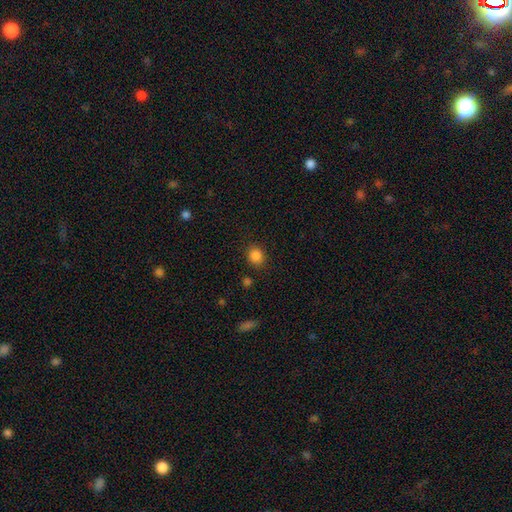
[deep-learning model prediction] Morphology: type=smooth (86%); roundness=round (71%); merging=none (86%).